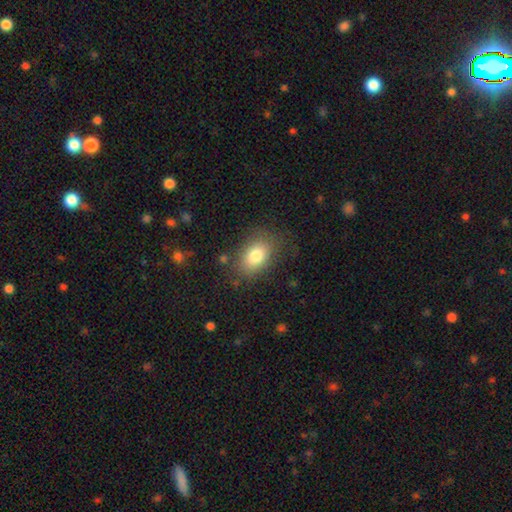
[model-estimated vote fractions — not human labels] A smooth galaxy with no disk features (81%) that is in between round and cigar-shaped (84%). Merging: none (78%).